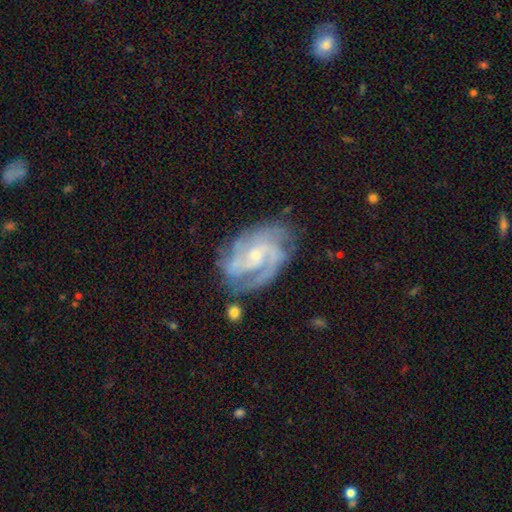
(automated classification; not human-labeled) Smooth or featured? Predicted: featured or disk (p=0.88). Edge-on disk? Predicted: no (p=0.97). Bar? Predicted: no (p=0.51). Spiral arms? Predicted: yes (p=0.97). Spiral winding? Predicted: tight (p=0.45, tied with medium). Spiral arm count? Predicted: 3 (p=0.34). Bulge size? Predicted: small (p=0.69). Merging? Predicted: none (p=0.69).